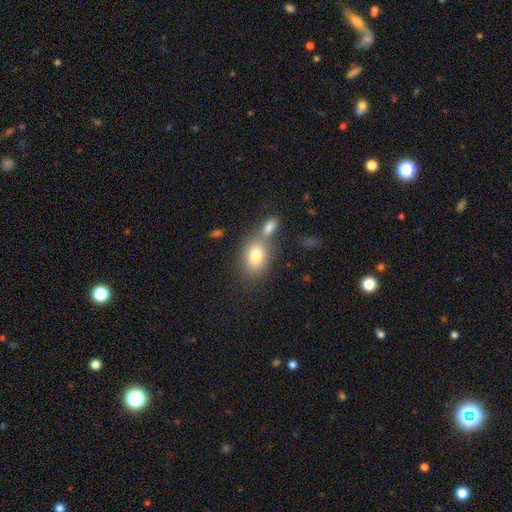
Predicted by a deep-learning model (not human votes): smooth_or_featured: smooth (p=0.78) [alt: featured or disk p=0.13]
how_rounded: in between (p=0.83) [alt: round p=0.15]
merging: none (p=0.47) [alt: merger p=0.38]